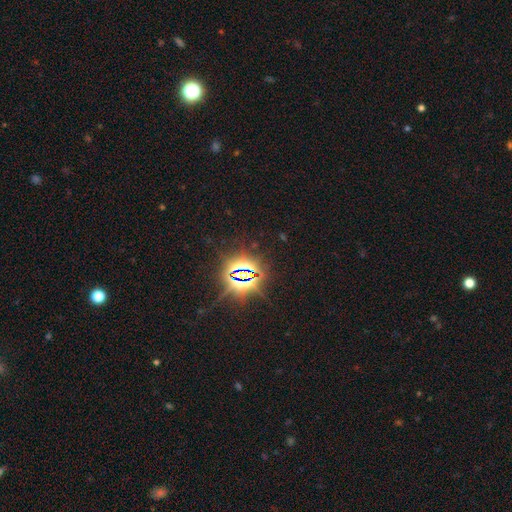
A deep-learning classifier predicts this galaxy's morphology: smooth-or-featured: star or artifact: 82% | smooth: 12% | featured or disk: 6%